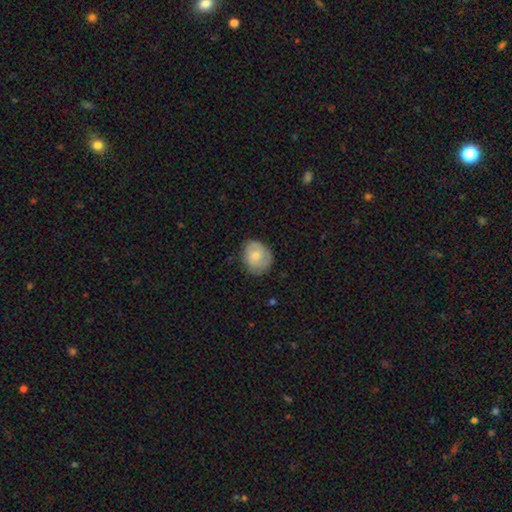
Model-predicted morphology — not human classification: A smooth galaxy with no disk features (72%) that is round (59%). Merging: none (72%).